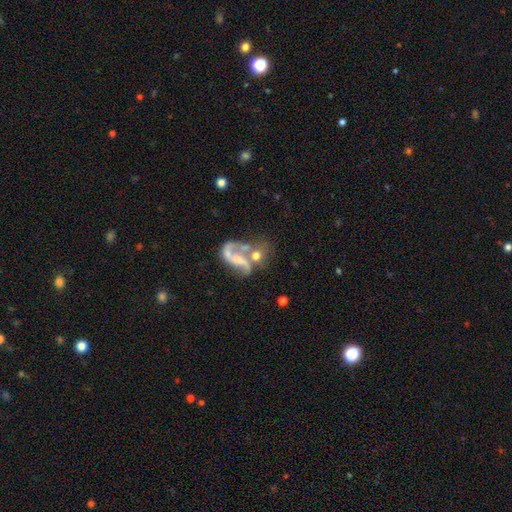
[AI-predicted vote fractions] featured or disk 67%, smooth 23%, star or artifact 10%. Down the decision tree: edge-on disk — no (97%); bar — no (53%); spiral arms — yes (76%); bulge size — small (43%); merging — merger (45%).